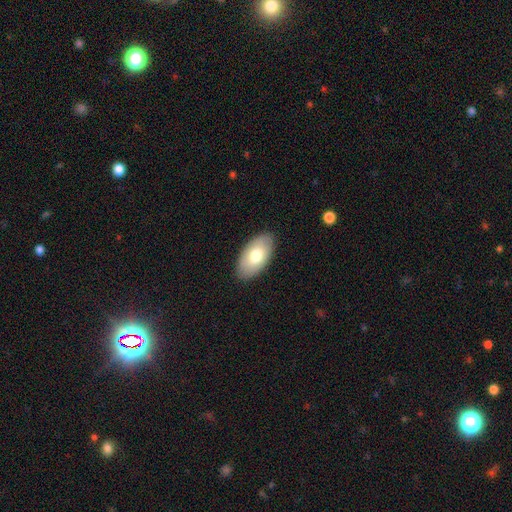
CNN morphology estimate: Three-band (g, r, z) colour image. It shows a smooth galaxy with no disk features (72%) that is in between round and cigar-shaped (95%). Merging: none (87%).